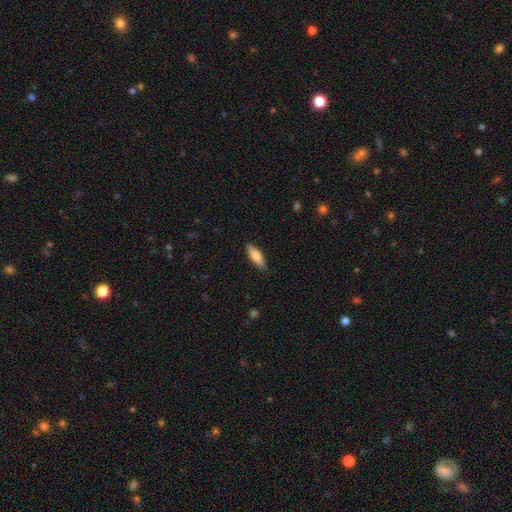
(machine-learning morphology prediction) Smooth or featured? smooth (78%)
How rounded? in between (58%)
Merging? none (86%)